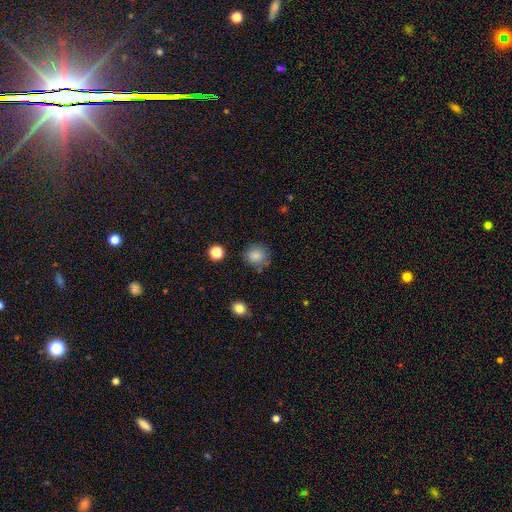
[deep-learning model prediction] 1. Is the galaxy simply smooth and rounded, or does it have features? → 85% smooth, 10% star or artifact, 5% featured or disk.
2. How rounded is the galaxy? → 86% round, 13% in between, 1% cigar-shaped.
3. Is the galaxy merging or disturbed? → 78% none, 15% minor disturbance, 4% major disturbance, 3% merger.